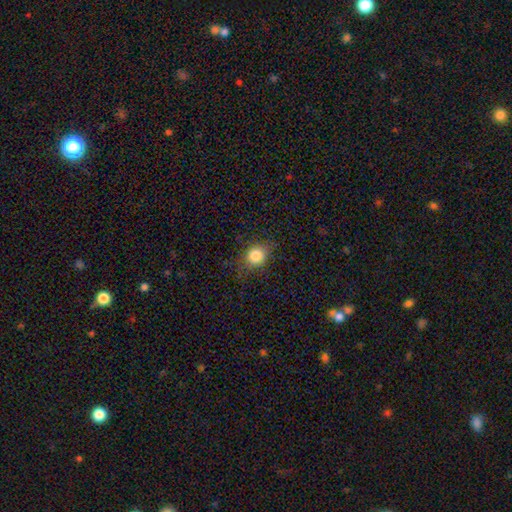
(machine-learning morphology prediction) Smooth or featured? Predicted: smooth (p=0.82). How rounded? Predicted: round (p=0.68). Merging? Predicted: none (p=0.78).